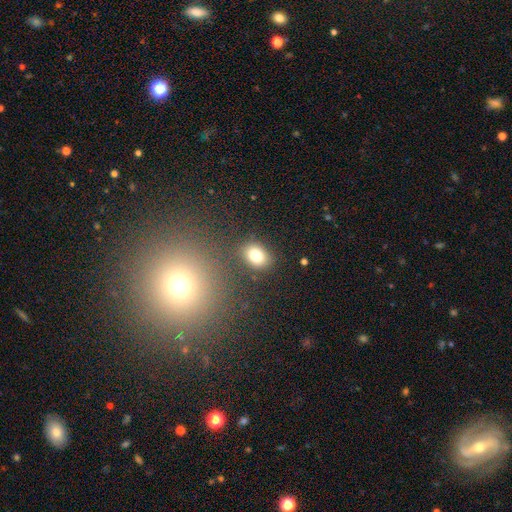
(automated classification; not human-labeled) Q: Smooth or featured?
A: smooth (81%); runner-up: star or artifact (11%)
Q: How rounded?
A: in between (68%); runner-up: round (31%)
Q: Merging?
A: none (82%); runner-up: minor disturbance (11%)